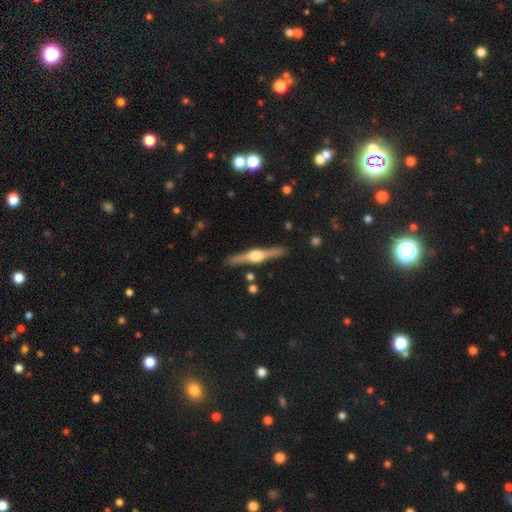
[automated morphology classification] Smooth or featured? featured or disk (82%)
Edge-on disk? yes (98%)
Edge-on bulge? rounded (95%)
Merging? none (90%)